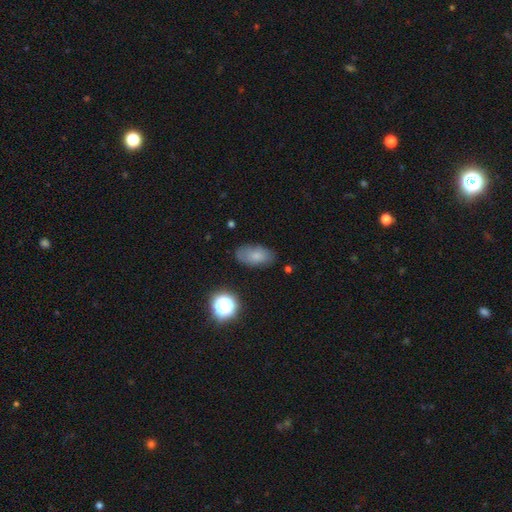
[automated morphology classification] Smooth or featured: smooth — 75% (featured or disk — 14%)
How rounded: in between — 91% (round — 6%)
Merging: none — 74% (minor disturbance — 19%)